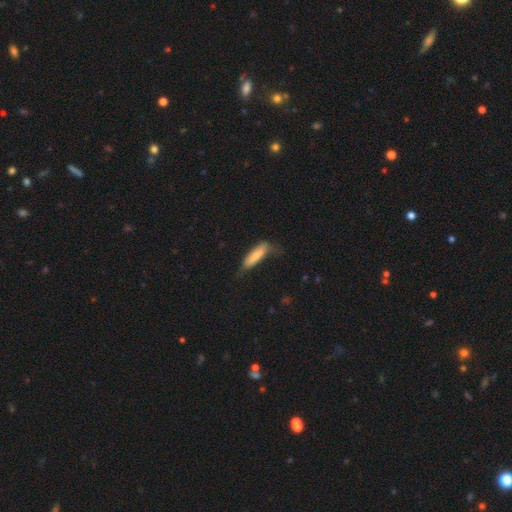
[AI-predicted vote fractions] Smooth or featured? smooth (74%)
How rounded? cigar-shaped (69%)
Merging? none (50%)